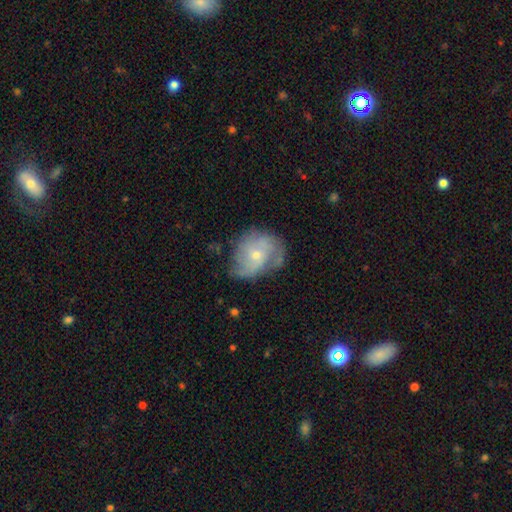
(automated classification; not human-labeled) Smooth or featured: featured or disk — 66% (smooth — 26%)
Edge-on disk: no — 97% (yes — 3%)
Bar: no — 75% (weak — 21%)
Spiral arms: yes — 82% (no — 18%)
Spiral winding: medium — 40% (tight — 37%)
Spiral arm count: 2 — 36% (can't tell — 33%)
Bulge size: small — 63% (moderate — 33%)
Merging: none — 54% (minor disturbance — 29%)